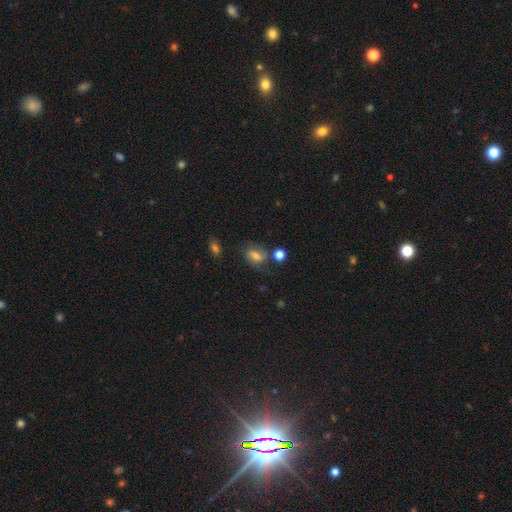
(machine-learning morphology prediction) This appears to be a smooth galaxy with no disk features (47%). Merging: none (61%).